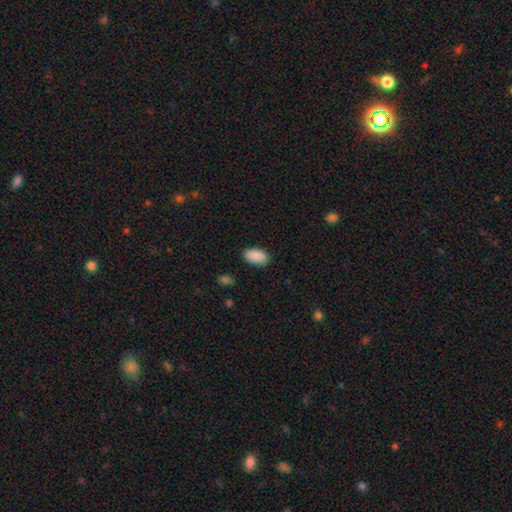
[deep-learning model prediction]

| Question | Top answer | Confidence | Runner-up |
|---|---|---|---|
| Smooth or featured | smooth | 91% | star or artifact (7%) |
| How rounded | in between | 94% | round (4%) |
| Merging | none | 85% | minor disturbance (11%) |